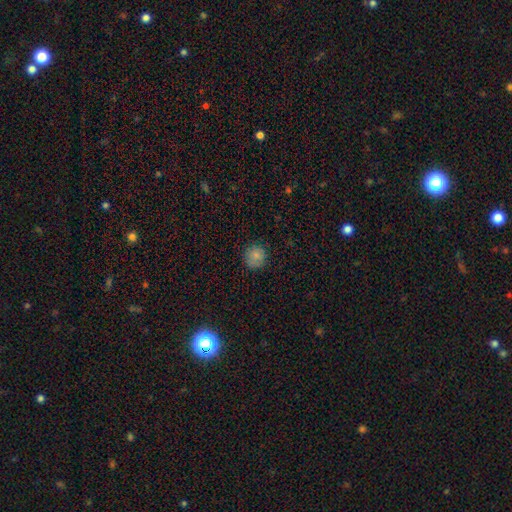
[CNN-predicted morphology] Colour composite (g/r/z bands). It shows a smooth galaxy with no disk features (80%) that is round (91%). Merging: none (84%).